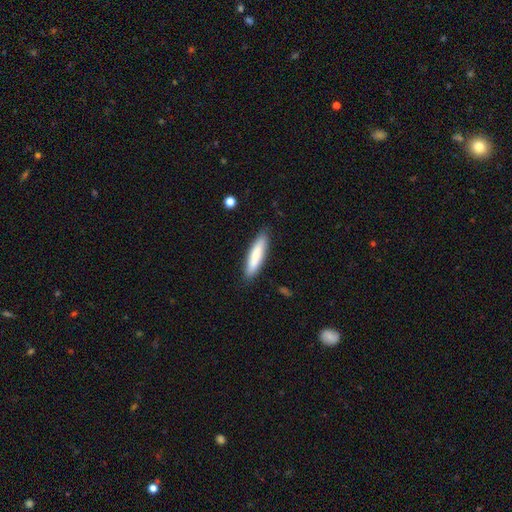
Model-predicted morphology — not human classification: type=smooth (79%); roundness=cigar-shaped (78%); merging=none (85%).